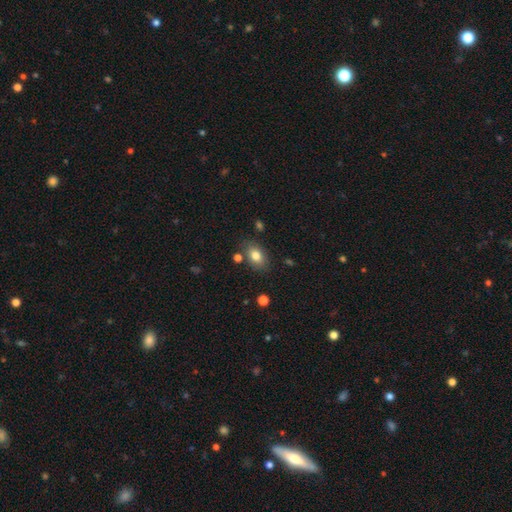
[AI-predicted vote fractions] smooth_or_featured: smooth (p=0.80) [alt: featured or disk p=0.11]
how_rounded: in between (p=0.82) [alt: round p=0.16]
merging: none (p=0.78) [alt: minor disturbance p=0.13]